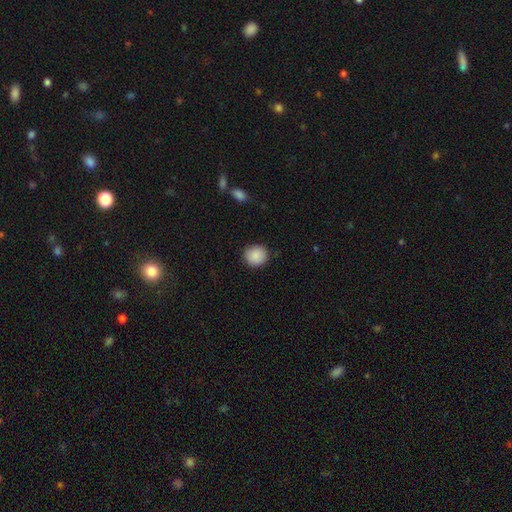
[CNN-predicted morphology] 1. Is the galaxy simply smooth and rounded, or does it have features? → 89% smooth, 8% star or artifact, 4% featured or disk.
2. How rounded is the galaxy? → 89% round, 10% in between, 1% cigar-shaped.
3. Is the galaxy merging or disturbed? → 89% none, 8% minor disturbance, 2% major disturbance, 1% merger.